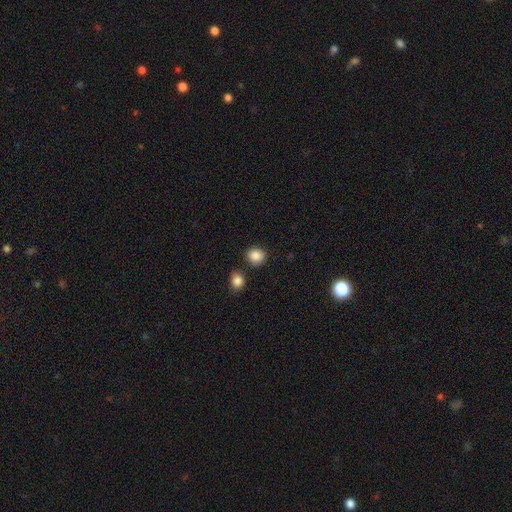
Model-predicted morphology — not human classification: Smooth or featured? smooth (88%)
How rounded? round (78%)
Merging? none (80%)